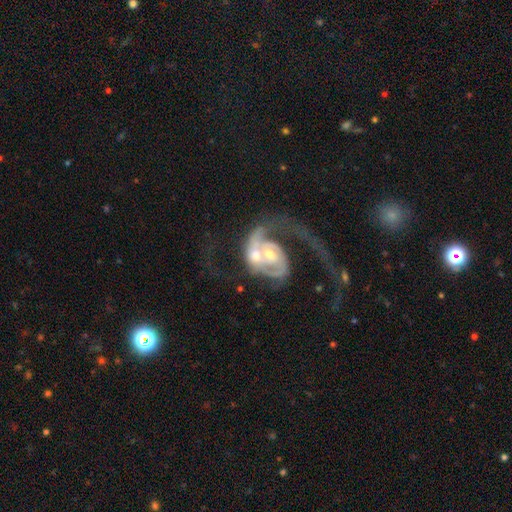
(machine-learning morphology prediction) Smooth or featured: featured or disk — 81% (smooth — 13%)
Edge-on disk: no — 97% (yes — 3%)
Bar: no — 60% (weak — 30%)
Spiral arms: yes — 86% (no — 14%)
Spiral winding: loose — 40% (medium — 36%)
Spiral arm count: 2 — 59% (1 — 16%)
Bulge size: moderate — 65% (small — 22%)
Merging: merger — 60% (major disturbance — 22%)